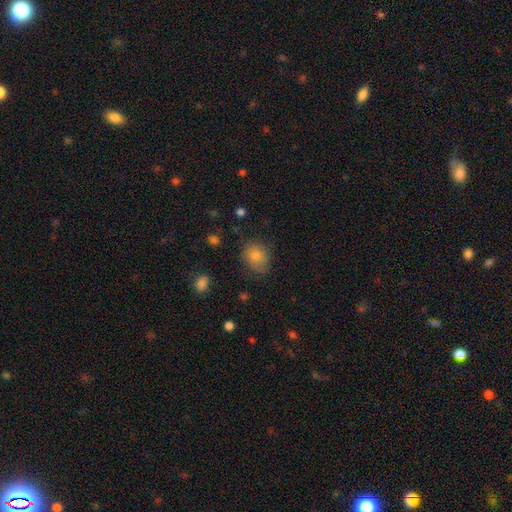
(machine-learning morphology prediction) Smooth or featured? smooth (77%)
How rounded? round (59%)
Merging? none (72%)